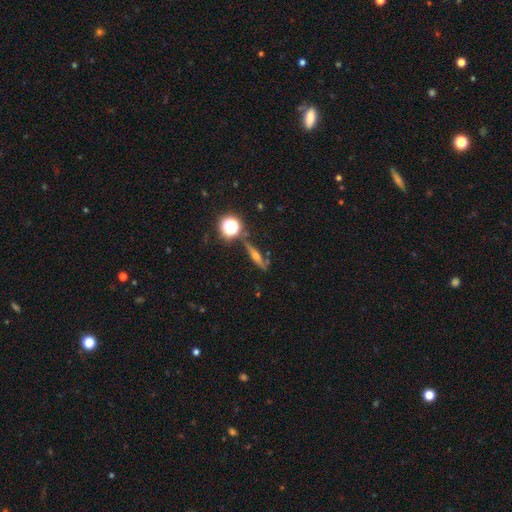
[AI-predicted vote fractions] This is possibly a featured or disk galaxy (58%). It is clearly viewed edge-on (86%). Merging: likely none (76%).